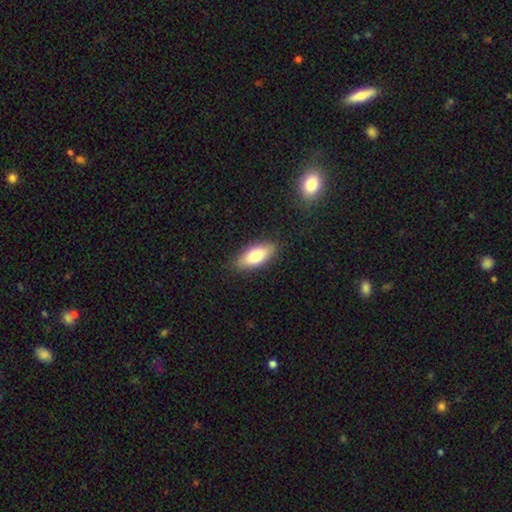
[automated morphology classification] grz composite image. It shows a smooth galaxy with no disk features (75%) that is in between round and cigar-shaped (83%). Merging: none (86%).